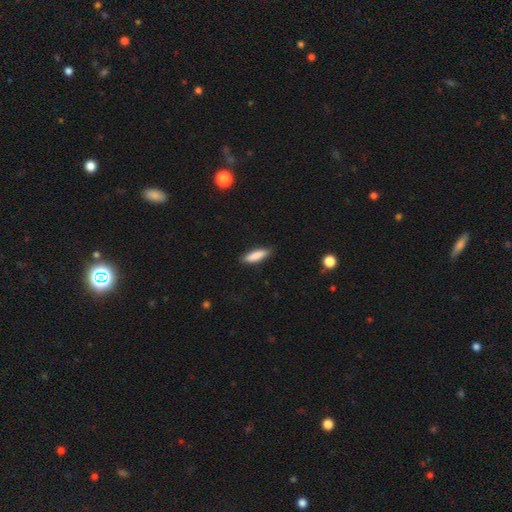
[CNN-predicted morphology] smooth-or-featured: smooth: 85% | featured or disk: 8% | star or artifact: 6%
  how-rounded: cigar-shaped: 57% | in between: 42% | round: 2%
  merging: none: 86% | minor disturbance: 11% | major disturbance: 2% | merger: 1%